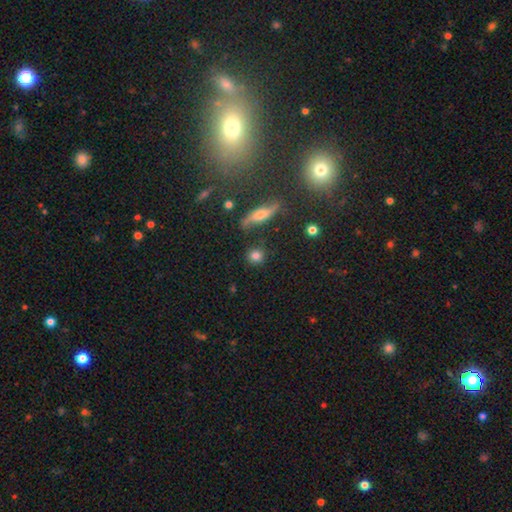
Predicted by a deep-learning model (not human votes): Overall: smooth (80%). How rounded: round (87%). Merging: none (81%).